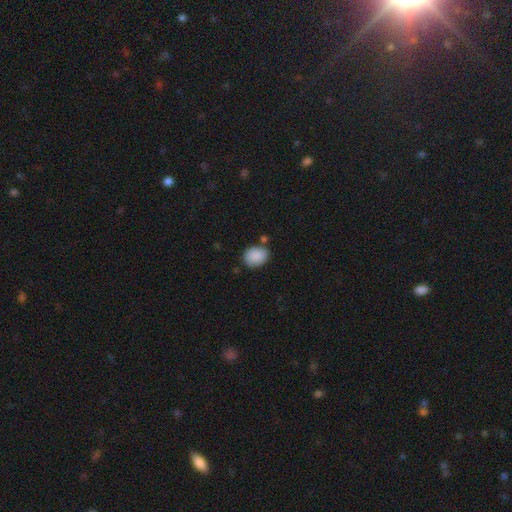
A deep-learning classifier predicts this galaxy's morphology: Smooth or featured?
  - smooth: 89% *
  - star or artifact: 7%
  - featured or disk: 4%
How rounded?
  - in between: 58% *
  - round: 41%
  - cigar-shaped: 1%
Merging?
  - none: 72% *
  - minor disturbance: 17%
  - merger: 7%
  - major disturbance: 4%